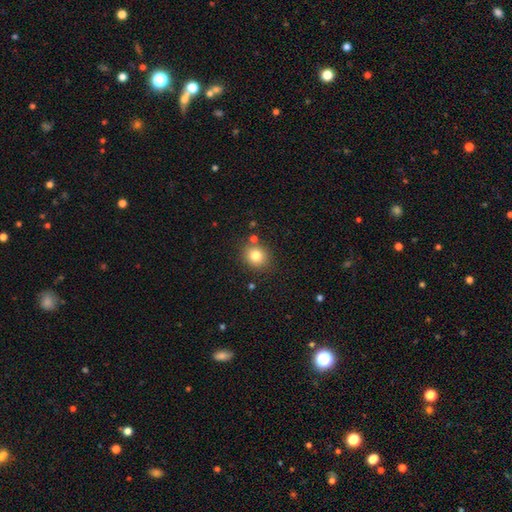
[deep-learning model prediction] Smooth or featured? smooth (80%)
How rounded? round (76%)
Merging? none (81%)